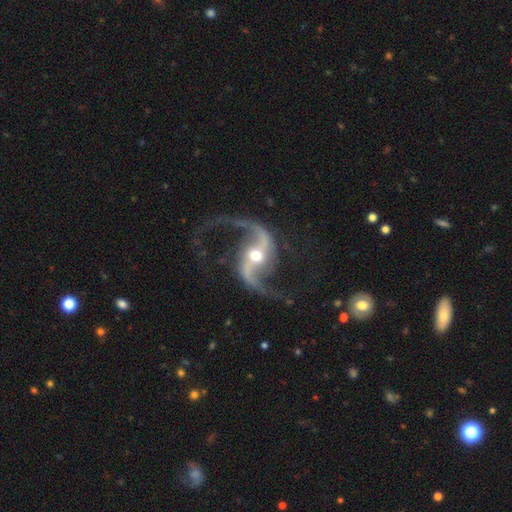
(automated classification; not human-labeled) featured or disk 93%, star or artifact 4%, smooth 3%. Down the decision tree: edge-on disk — no (98%); bar — strong (42%); spiral arms — yes (98%); spiral arm count — 2 (95%); spiral winding — loose (73%); bulge size — moderate (70%); merging — none (77%).